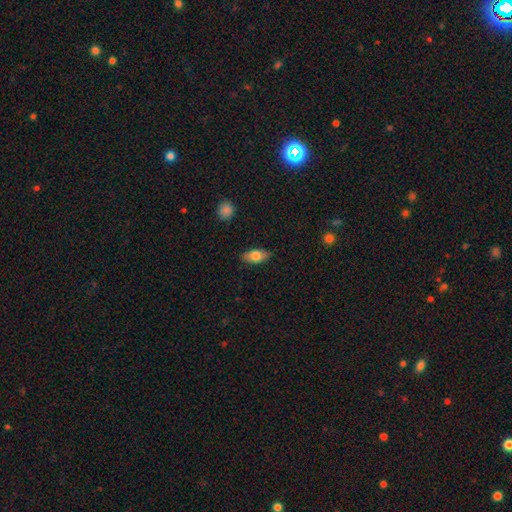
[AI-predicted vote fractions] This appears to be a smooth galaxy with no disk features (77%) that is in between round and cigar-shaped (87%). Merging: none (85%).